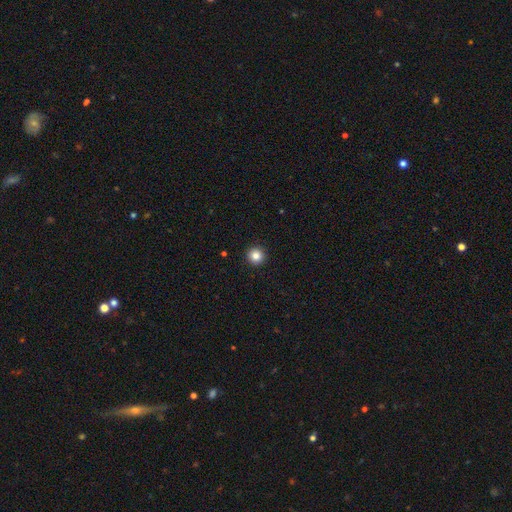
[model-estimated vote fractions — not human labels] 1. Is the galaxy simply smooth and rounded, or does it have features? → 84% smooth, 11% star or artifact, 5% featured or disk.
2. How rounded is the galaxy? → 96% round, 3% in between, 1% cigar-shaped.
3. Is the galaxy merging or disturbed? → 94% none, 4% minor disturbance, 1% major disturbance, 1% merger.